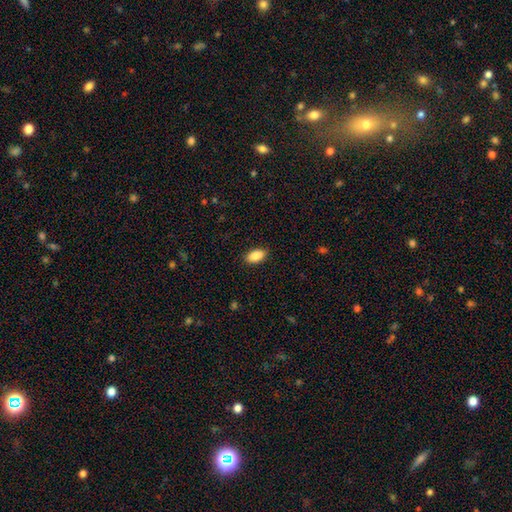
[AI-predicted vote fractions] This is clearly a smooth galaxy (88%). How rounded: clearly in between (93%). Merging: clearly none (87%).